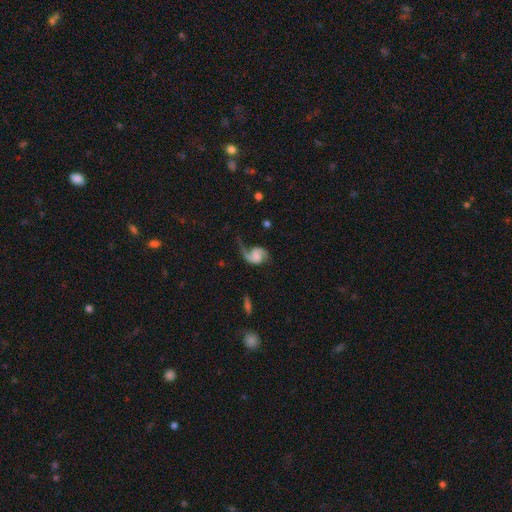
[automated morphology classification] smooth-or-featured: featured or disk: 79% | smooth: 14% | star or artifact: 7%
  disk-edge-on: no: 98% | yes: 2%
    bar: no: 54% | weak: 36% | strong: 10%
    has-spiral-arms: yes: 95% | no: 5%
      spiral-winding: loose: 63% | medium: 30% | tight: 8%
      spiral-arm-count: 2: 63% | 1: 33% | can't tell: 2% | 3: 1% | 4: 1% | more than 4: 1%
    bulge-size: none: 51% | small: 19% | moderate: 14% | large: 12% | dominant: 4%
  merging: none: 44% | major disturbance: 31% | minor disturbance: 22% | merger: 3%